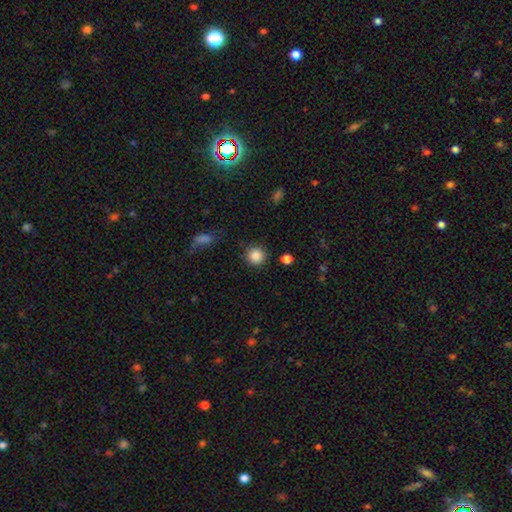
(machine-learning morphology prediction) smooth 87%, star or artifact 10%, featured or disk 4%. Down the decision tree: how rounded — round (93%); merging — none (87%).